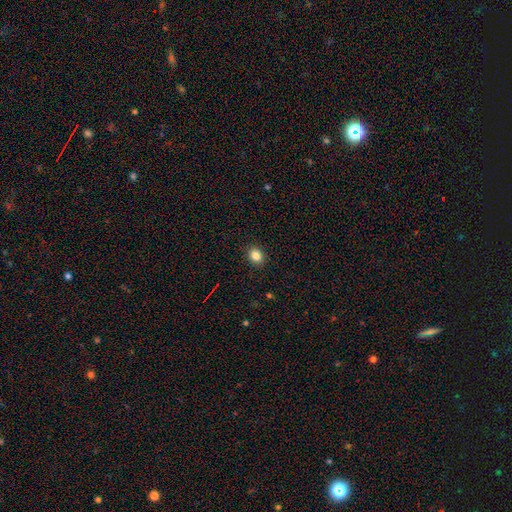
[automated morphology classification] A smooth galaxy with no disk features (84%) that is round (57%).

Vote fractions:
- Smooth or featured? smooth: 84% / star or artifact: 11% / featured or disk: 5%
- How rounded? round: 57% / in between: 42% / cigar-shaped: 1%
- Merging? none: 90% / minor disturbance: 7% / major disturbance: 2% / merger: 1%